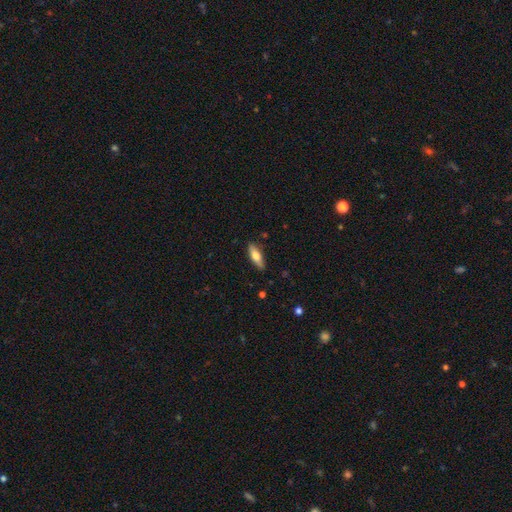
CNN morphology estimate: Smooth or featured? smooth (64%)
How rounded? in between (52%)
Merging? none (85%)